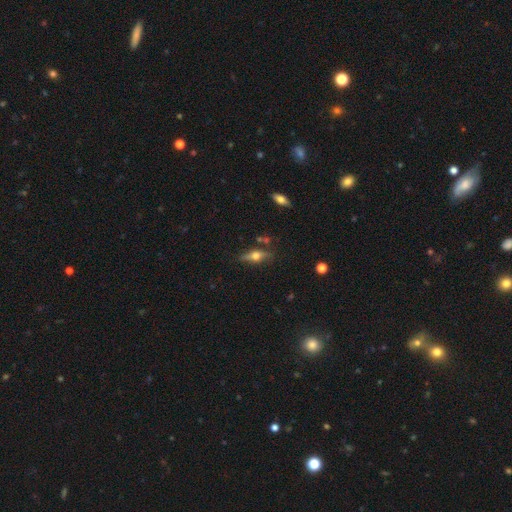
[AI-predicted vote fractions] Smooth or featured?
  - featured or disk: 51% *
  - smooth: 41%
  - star or artifact: 8%
Edge-on disk?
  - yes: 90% *
  - no: 10%
Merging?
  - none: 76% *
  - minor disturbance: 16%
  - merger: 5%
  - major disturbance: 4%